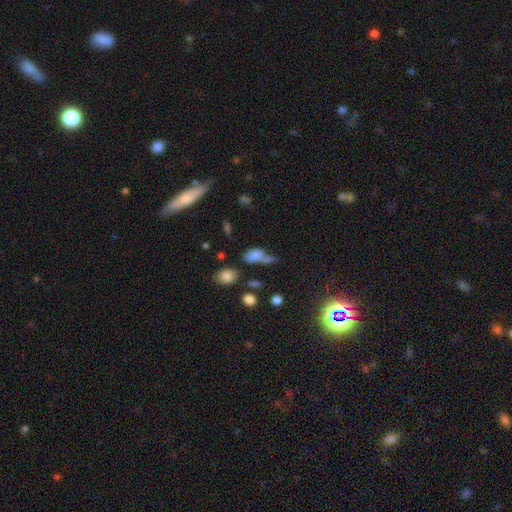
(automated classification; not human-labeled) smooth_or_featured: smooth (p=0.72) [alt: star or artifact p=0.14]
how_rounded: in between (p=0.79) [alt: round p=0.14]
merging: merger (p=0.33) [alt: none p=0.30]